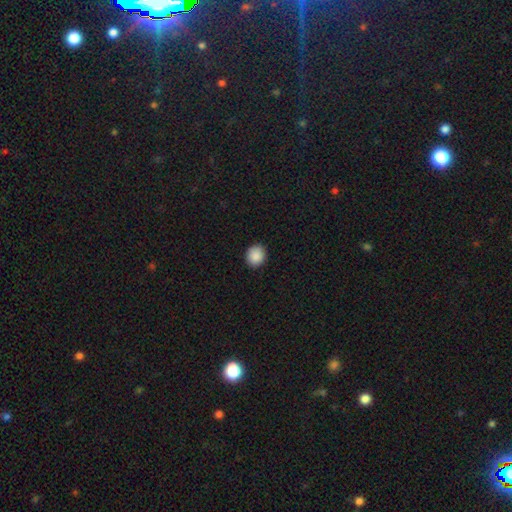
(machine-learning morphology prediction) smooth 89%, star or artifact 8%, featured or disk 3%. Down the decision tree: how rounded — round (73%); merging — none (91%).